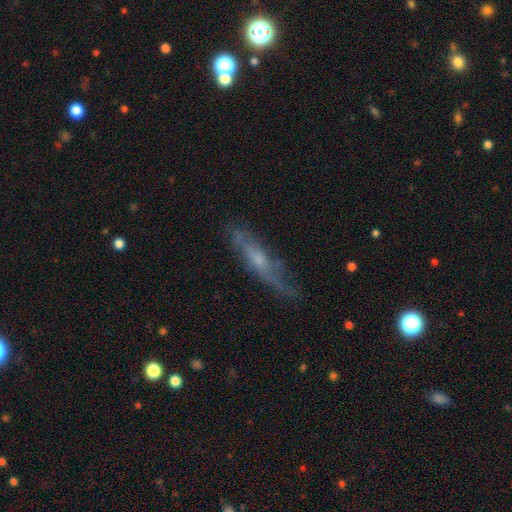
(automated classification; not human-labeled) featured or disk 61%, smooth 26%, star or artifact 13%. Down the decision tree: edge-on disk — yes (58%); merging — none (71%).